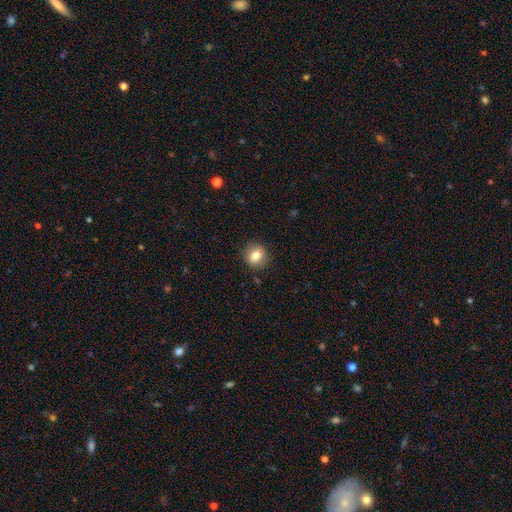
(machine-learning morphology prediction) smooth 76%, featured or disk 14%, star or artifact 11%. Down the decision tree: how rounded — round (83%); merging — none (74%).